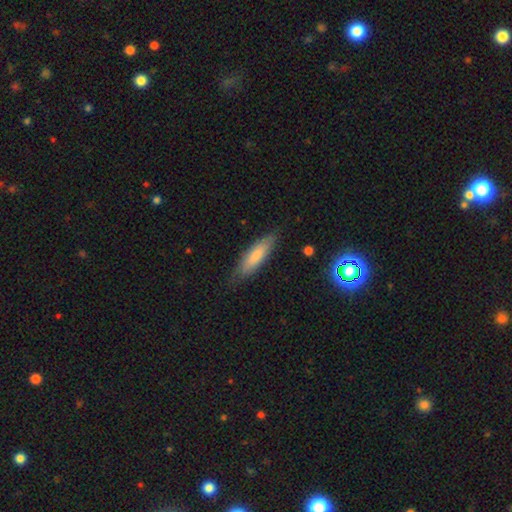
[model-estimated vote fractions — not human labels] The model was most divided on "how rounded": cigar-shaped: 59%, in between: 40%, round: 2%. More confident: merging — none (78%); smooth or featured — smooth (76%).